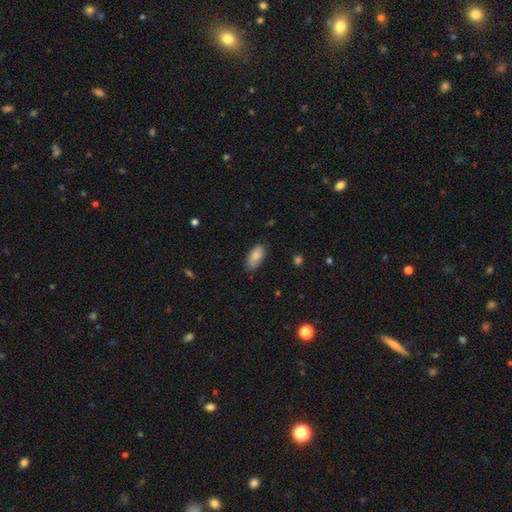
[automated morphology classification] A smooth galaxy with no disk features (85%) that is in between round and cigar-shaped (92%). Merging: none (78%).